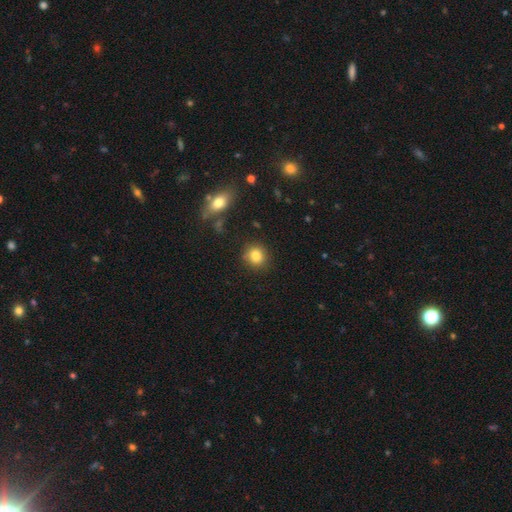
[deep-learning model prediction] A smooth galaxy with no disk features (84%) that is round (86%). Merging: none (86%).